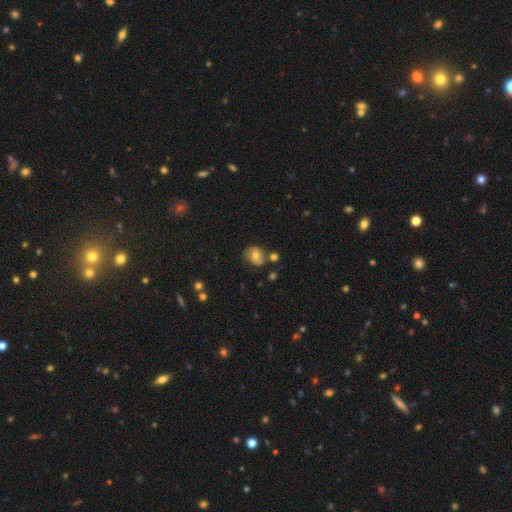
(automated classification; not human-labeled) smooth-or-featured: smooth: 59% | featured or disk: 30% | star or artifact: 11%
  how-rounded: round: 58% | in between: 41% | cigar-shaped: 1%
  merging: none: 59% | minor disturbance: 21% | merger: 13% | major disturbance: 7%